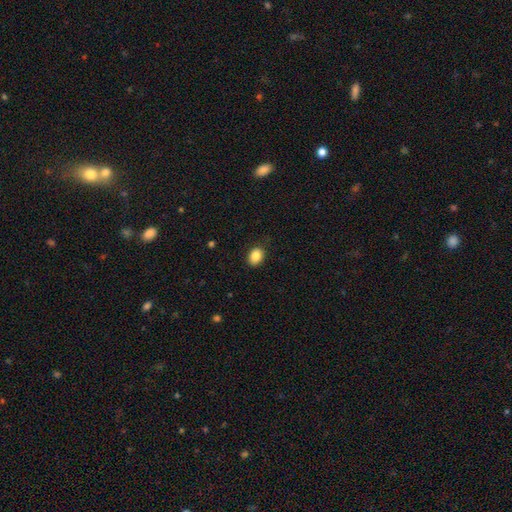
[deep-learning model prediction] The model was most divided on "how rounded": in between: 70%, round: 30%, cigar-shaped: 1%. More confident: smooth or featured — smooth (87%); merging — none (85%).